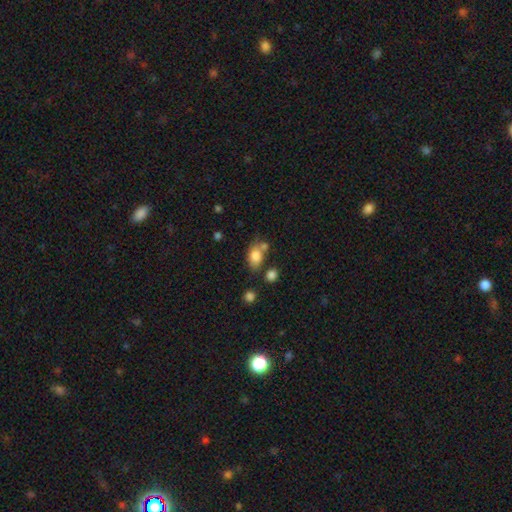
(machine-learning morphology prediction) Smooth or featured: smooth — 81% (star or artifact — 9%)
How rounded: in between — 78% (round — 20%)
Merging: none — 53% (merger — 21%)